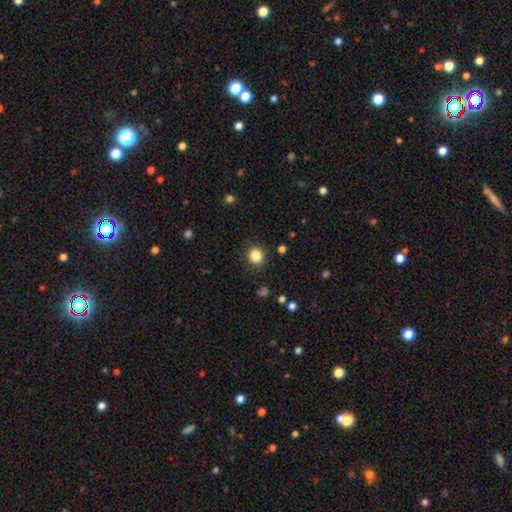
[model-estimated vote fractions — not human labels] Smooth or featured? Predicted: smooth (p=0.85). How rounded? Predicted: round (p=0.91). Merging? Predicted: none (p=0.89).